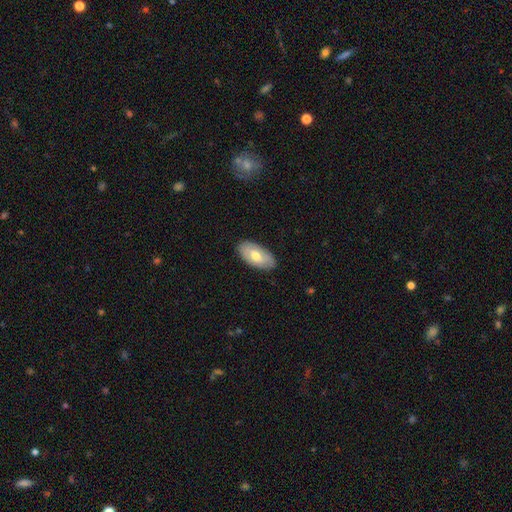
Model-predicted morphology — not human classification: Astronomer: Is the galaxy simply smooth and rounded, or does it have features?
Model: smooth — 61%.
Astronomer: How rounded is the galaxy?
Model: in between — 94%.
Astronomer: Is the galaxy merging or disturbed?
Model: none — 85%.